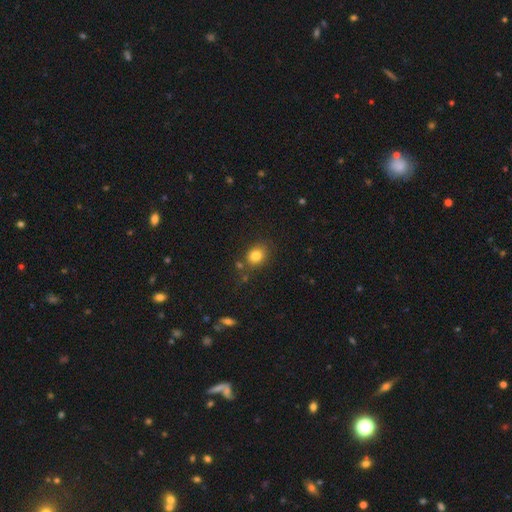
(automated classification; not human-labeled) The model was most divided on "how rounded": round: 58%, in between: 41%, cigar-shaped: 1%. More confident: smooth or featured — smooth (82%); merging — none (75%).